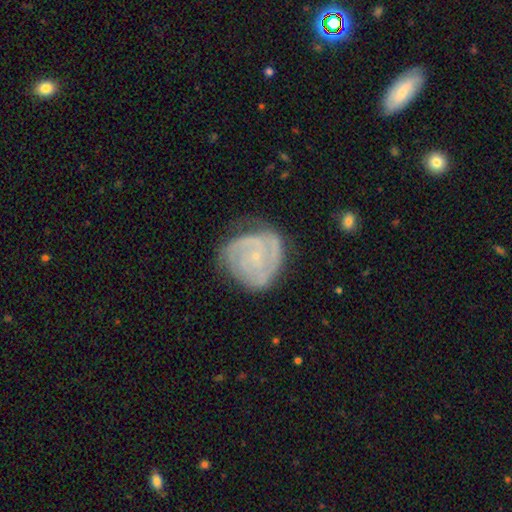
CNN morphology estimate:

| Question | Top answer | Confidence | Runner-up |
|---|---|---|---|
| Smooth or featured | featured or disk | 80% | smooth (13%) |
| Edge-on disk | no | 98% | yes (2%) |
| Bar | no | 73% | weak (22%) |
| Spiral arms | yes | 93% | no (7%) |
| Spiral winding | tight | 68% | medium (26%) |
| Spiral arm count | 2 | 30% | can't tell (26%) |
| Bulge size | small | 82% | moderate (12%) |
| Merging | none | 60% | minor disturbance (26%) |